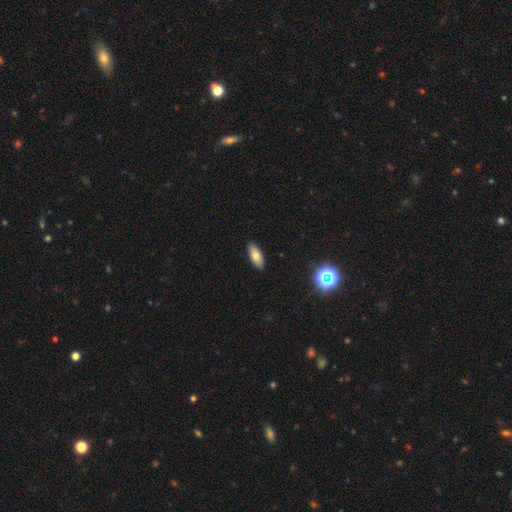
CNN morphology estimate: Smooth or featured? Predicted: smooth (p=0.77). How rounded? Predicted: in between (p=0.78). Merging? Predicted: none (p=0.90).